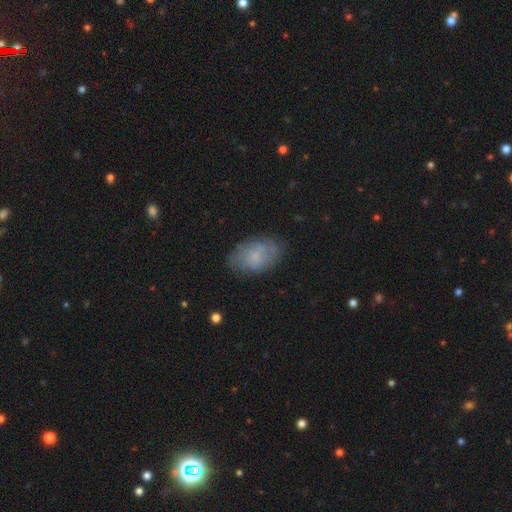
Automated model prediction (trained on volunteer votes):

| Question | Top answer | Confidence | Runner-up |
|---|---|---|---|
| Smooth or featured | smooth | 68% | featured or disk (25%) |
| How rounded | in between | 92% | round (6%) |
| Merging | none | 73% | minor disturbance (20%) |